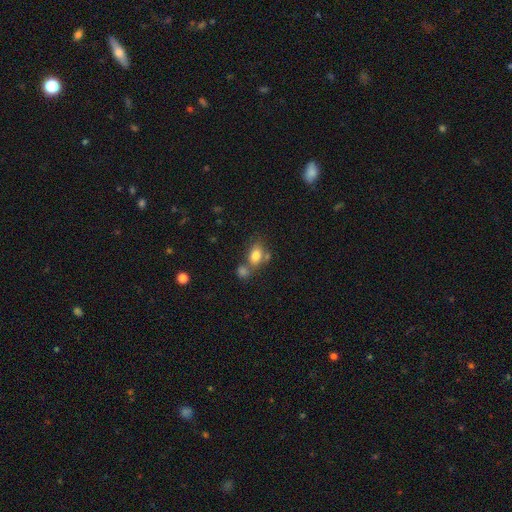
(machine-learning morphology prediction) A smooth galaxy with no disk features (79%) that is in between round and cigar-shaped (79%).

Vote fractions:
- Smooth or featured? smooth: 79% / featured or disk: 11% / star or artifact: 10%
- How rounded? in between: 79% / round: 19% / cigar-shaped: 2%
- Merging? none: 47% / merger: 34% / minor disturbance: 14% / major disturbance: 5%